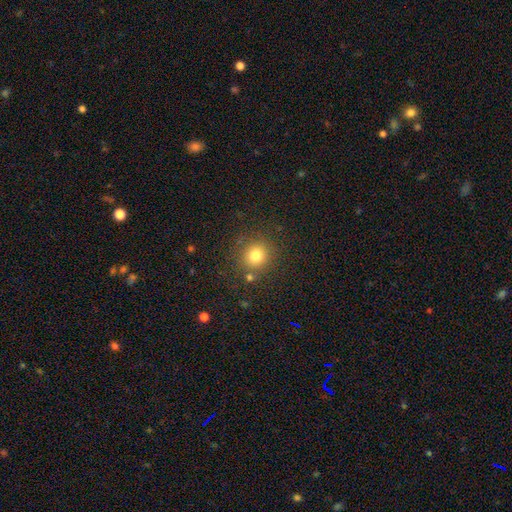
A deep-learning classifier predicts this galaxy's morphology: smooth-or-featured: smooth: 78% | star or artifact: 14% | featured or disk: 8%
  how-rounded: round: 88% | in between: 11% | cigar-shaped: 1%
  merging: none: 82% | minor disturbance: 9% | merger: 5% | major disturbance: 4%